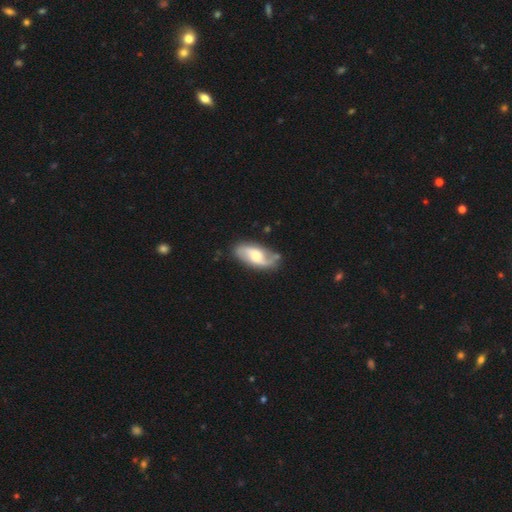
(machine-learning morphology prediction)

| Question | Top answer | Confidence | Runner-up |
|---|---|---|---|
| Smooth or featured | featured or disk | 74% | smooth (20%) |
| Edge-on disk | no | 94% | yes (6%) |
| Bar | no | 44% | weak (43%) |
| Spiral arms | yes | 93% | no (7%) |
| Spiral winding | loose | 56% | medium (33%) |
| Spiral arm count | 2 | 87% | can't tell (5%) |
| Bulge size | moderate | 59% | small (23%) |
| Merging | none | 73% | minor disturbance (18%) |